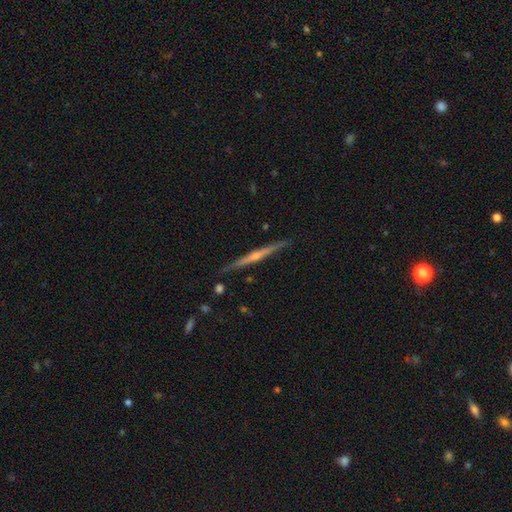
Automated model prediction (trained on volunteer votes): A featured or disk galaxy (74%) viewed edge-on (98%) with a rounded central bulge (61%). Merging: none (87%).